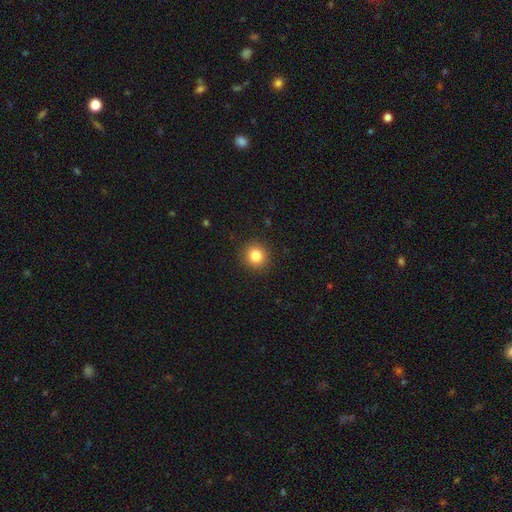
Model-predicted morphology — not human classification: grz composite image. It shows a smooth galaxy with no disk features (83%) that is round (93%). Merging: none (91%).